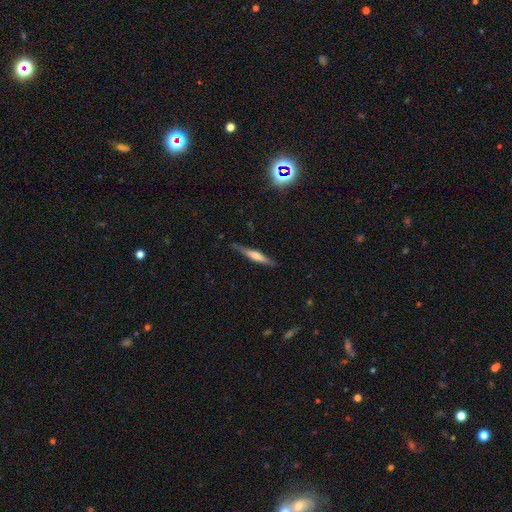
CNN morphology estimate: A featured or disk galaxy (54%) viewed edge-on (95%) with a rounded central bulge (71%).

Vote fractions:
- Smooth or featured? featured or disk: 54% / smooth: 39% / star or artifact: 7%
- Edge-on disk? yes: 95% / no: 5%
- Edge-on bulge? rounded: 71% / none: 16% / boxy: 13%
- Merging? none: 84% / minor disturbance: 13% / major disturbance: 2% / merger: 1%